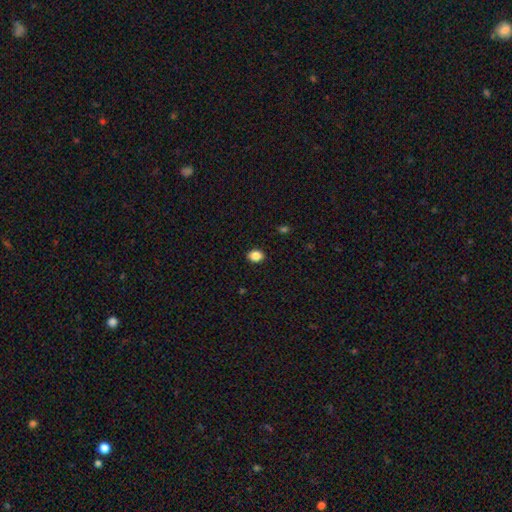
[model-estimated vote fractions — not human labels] Smooth or featured?
  - smooth: 87% *
  - star or artifact: 9%
  - featured or disk: 4%
How rounded?
  - in between: 61% *
  - round: 38%
  - cigar-shaped: 1%
Merging?
  - none: 90% *
  - minor disturbance: 7%
  - major disturbance: 2%
  - merger: 1%